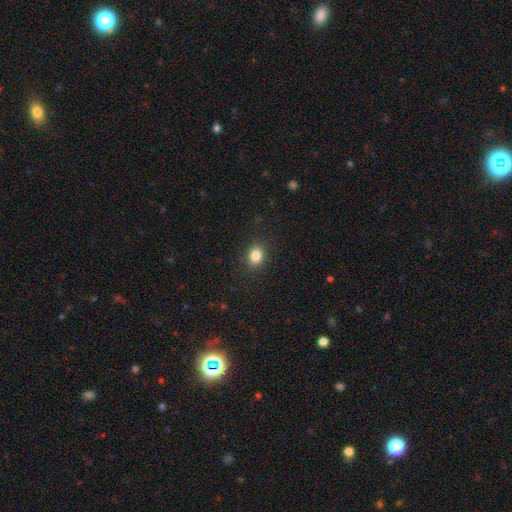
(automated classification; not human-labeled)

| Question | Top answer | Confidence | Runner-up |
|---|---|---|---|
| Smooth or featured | smooth | 84% | star or artifact (11%) |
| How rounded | round | 53% | in between (46%) |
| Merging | none | 88% | minor disturbance (8%) |